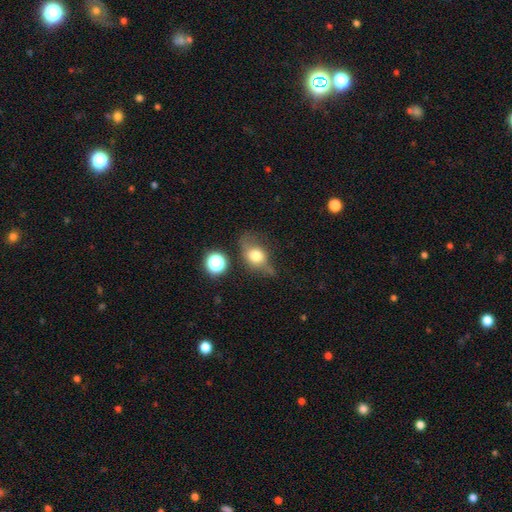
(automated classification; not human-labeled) smooth-or-featured: smooth: 61% | featured or disk: 27% | star or artifact: 12%
  how-rounded: in between: 55% | round: 42% | cigar-shaped: 3%
  merging: none: 43% | minor disturbance: 31% | major disturbance: 20% | merger: 6%